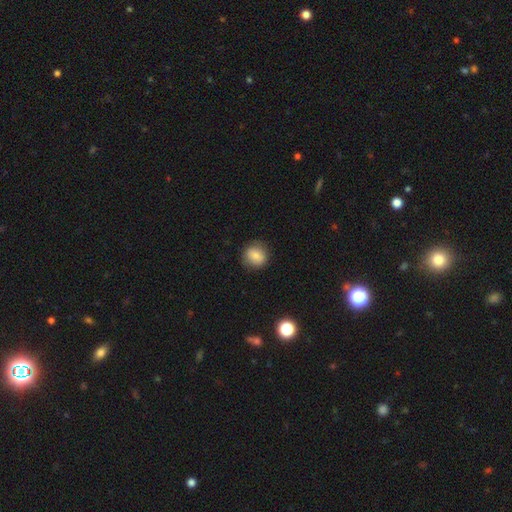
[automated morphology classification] smooth 81%, featured or disk 10%, star or artifact 9%. Down the decision tree: how rounded — round (82%); merging — none (83%).